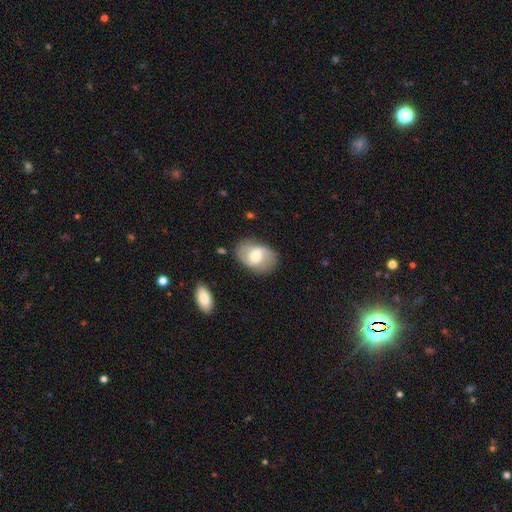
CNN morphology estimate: Q: Smooth or featured?
A: smooth (49%); runner-up: featured or disk (44%)
Q: Merging?
A: none (76%); runner-up: minor disturbance (16%)